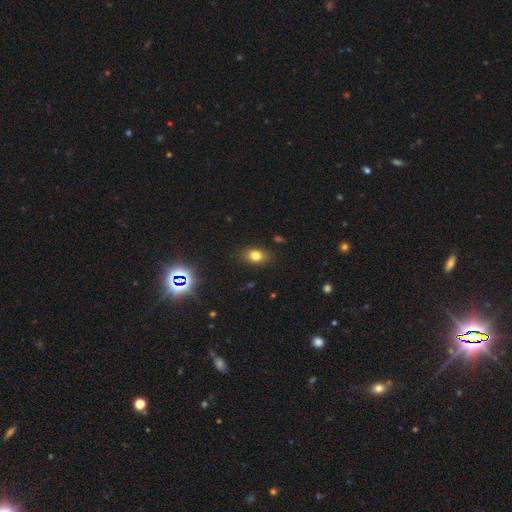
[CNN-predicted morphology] A smooth galaxy with no disk features (76%) that is in between round and cigar-shaped (75%). Merging: none (85%).